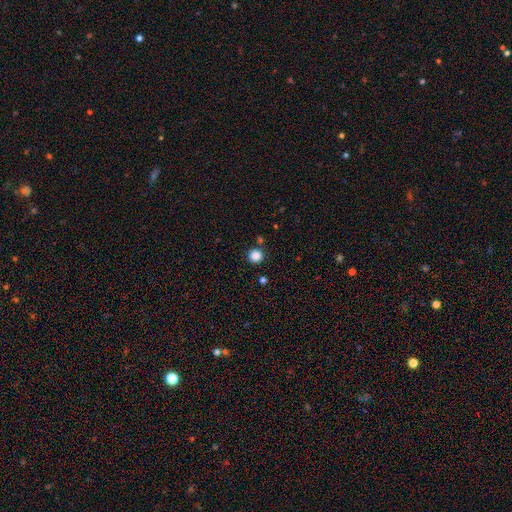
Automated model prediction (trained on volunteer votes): This is clearly a smooth galaxy (86%). How rounded: clearly round (94%). Merging: clearly none (85%).